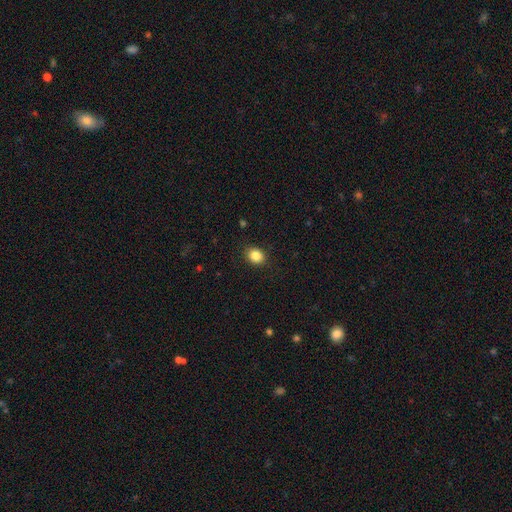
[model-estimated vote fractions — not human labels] smooth_or_featured: smooth (p=0.86) [alt: star or artifact p=0.10]
how_rounded: round (p=0.54) [alt: in between p=0.45]
merging: none (p=0.89) [alt: minor disturbance p=0.08]